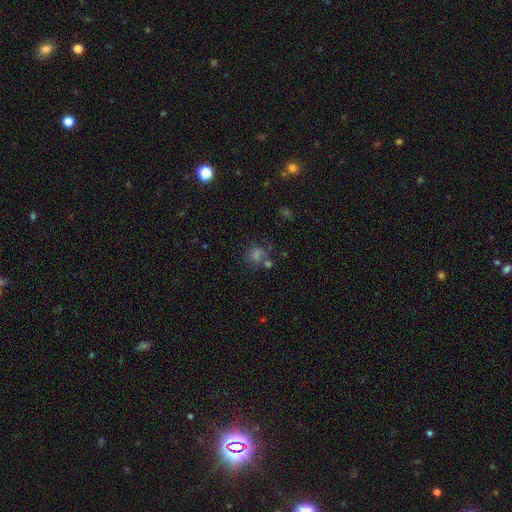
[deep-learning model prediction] Smooth or featured? Predicted: smooth (p=0.52). How rounded? Predicted: round (p=0.83). Merging? Predicted: none (p=0.67).